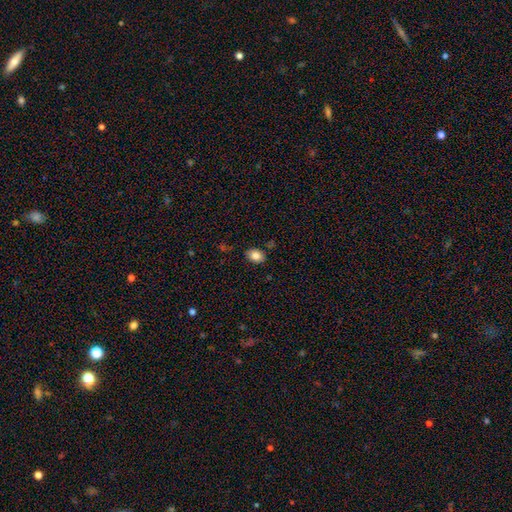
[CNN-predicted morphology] type=smooth (84%); roundness=in between (72%); merging=none (83%).